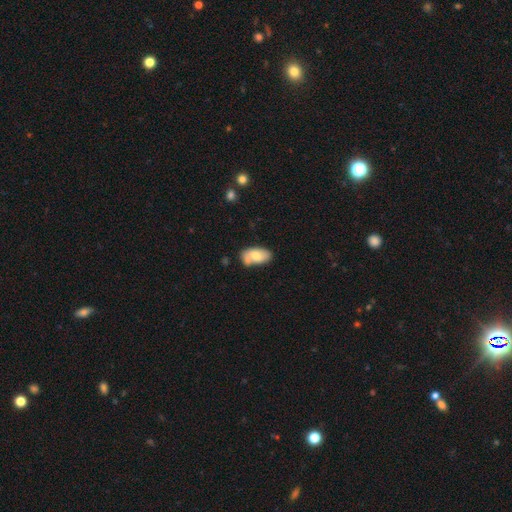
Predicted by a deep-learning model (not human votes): The model was most divided on "merging": none: 55%, minor disturbance: 26%, merger: 12%, major disturbance: 6%. More confident: how rounded — in between (94%); smooth or featured — smooth (65%).